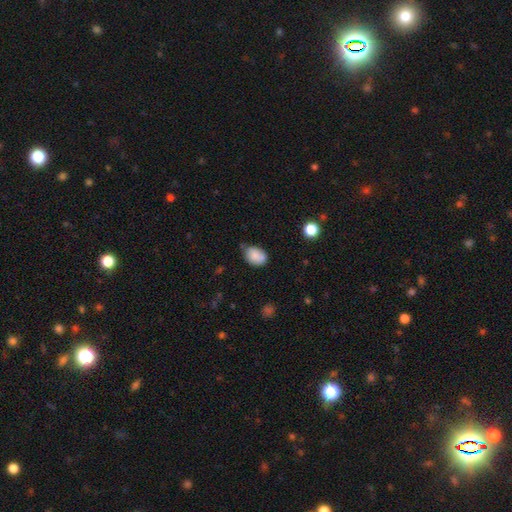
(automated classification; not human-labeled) Smooth or featured?
  - smooth: 84% *
  - star or artifact: 8%
  - featured or disk: 8%
How rounded?
  - in between: 75% *
  - round: 24%
  - cigar-shaped: 1%
Merging?
  - none: 60% *
  - minor disturbance: 30%
  - major disturbance: 5%
  - merger: 5%